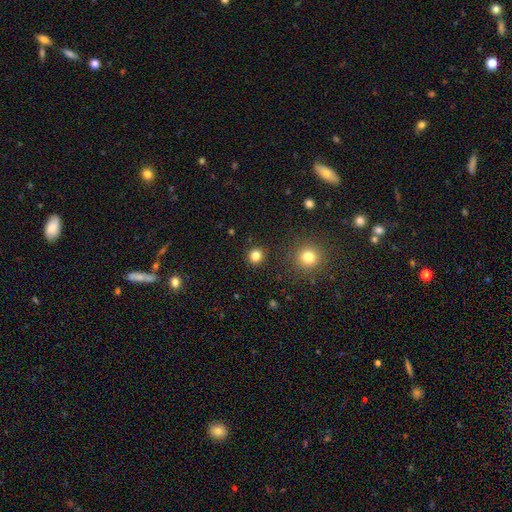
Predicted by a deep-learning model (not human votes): A smooth galaxy with no disk features (81%) that is round (90%).

Vote fractions:
- Smooth or featured? smooth: 81% / star or artifact: 14% / featured or disk: 4%
- How rounded? round: 90% / in between: 9% / cigar-shaped: 1%
- Merging? none: 91% / minor disturbance: 5% / major disturbance: 2% / merger: 2%